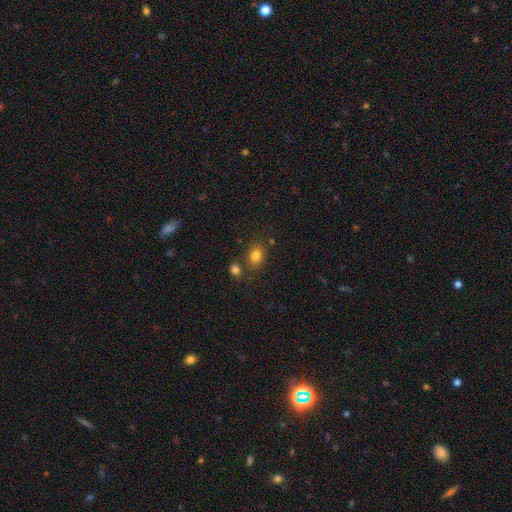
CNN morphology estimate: A smooth galaxy with no disk features (81%) that is in between round and cigar-shaped (53%). Merging: none (73%).